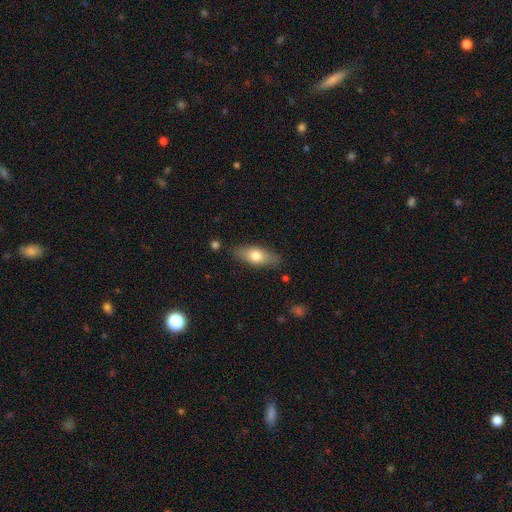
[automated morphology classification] Smooth or featured?
  - smooth: 69% *
  - featured or disk: 25%
  - star or artifact: 6%
How rounded?
  - in between: 74% *
  - cigar-shaped: 23%
  - round: 4%
Merging?
  - none: 81% *
  - minor disturbance: 13%
  - major disturbance: 3%
  - merger: 2%